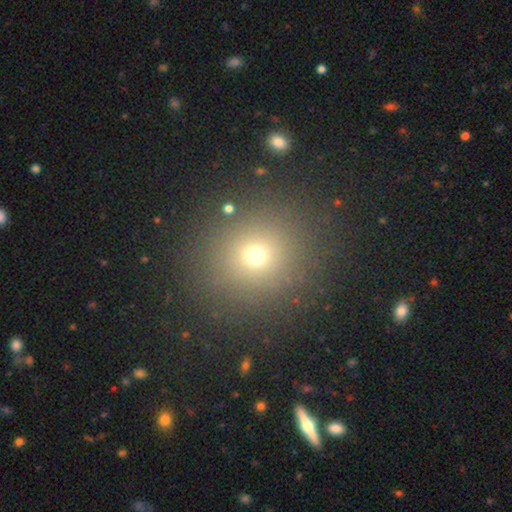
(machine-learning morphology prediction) Smooth or featured? smooth (68%)
How rounded? round (89%)
Merging? none (88%)